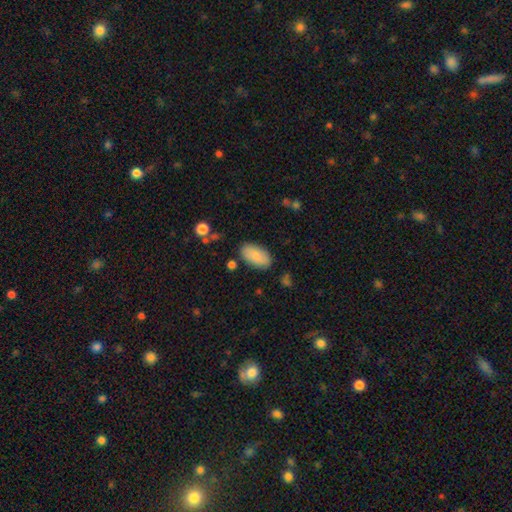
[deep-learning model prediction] smooth 83%, featured or disk 10%, star or artifact 7%. Down the decision tree: how rounded — in between (94%); merging — none (83%).